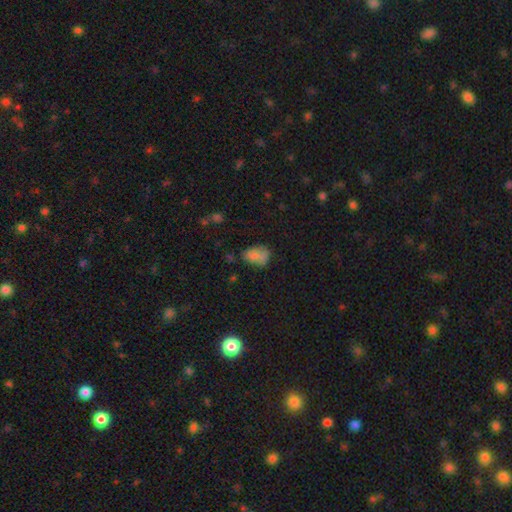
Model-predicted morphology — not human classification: smooth_or_featured: smooth (p=0.74) [alt: featured or disk p=0.14]
how_rounded: in between (p=0.83) [alt: round p=0.15]
merging: none (p=0.46) [alt: minor disturbance p=0.31]